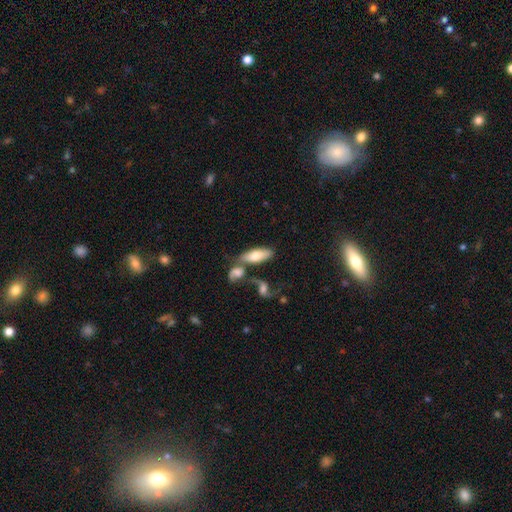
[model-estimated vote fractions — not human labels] smooth_or_featured: smooth (p=0.63) [alt: featured or disk p=0.30]
how_rounded: in between (p=0.73) [alt: cigar-shaped p=0.24]
merging: none (p=0.43) [alt: merger p=0.36]